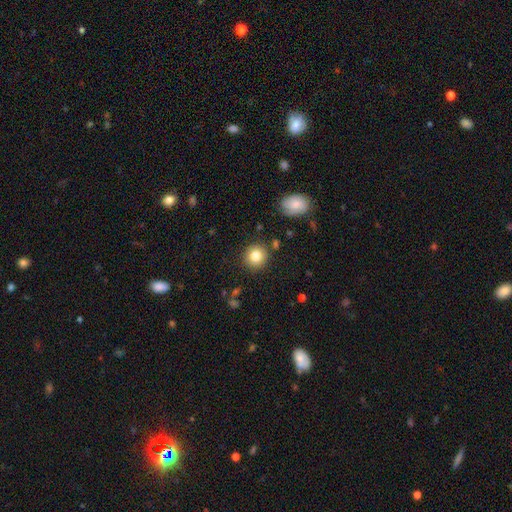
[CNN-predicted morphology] Overall: smooth (83%). How rounded: round (90%). Merging: none (87%).